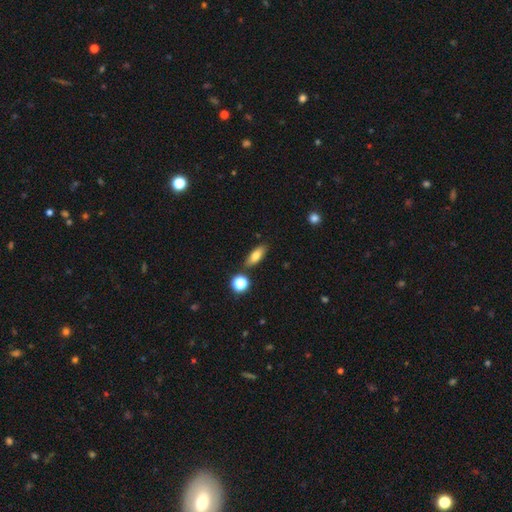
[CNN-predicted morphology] Smooth or featured? Predicted: smooth (p=0.75). How rounded? Predicted: in between (p=0.71). Merging? Predicted: none (p=0.82).